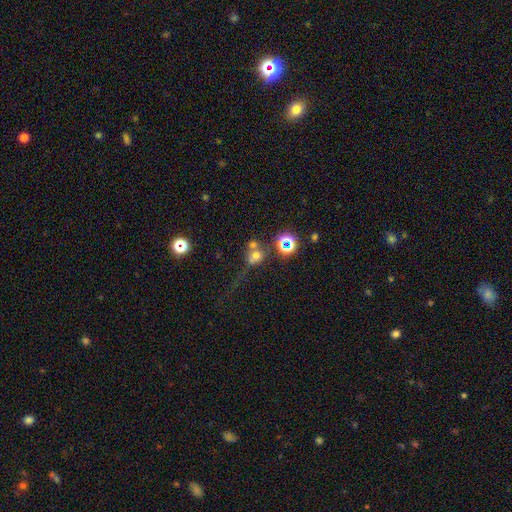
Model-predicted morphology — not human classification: Smooth or featured? smooth (55%)
How rounded? round (77%)
Merging? merger (40%)